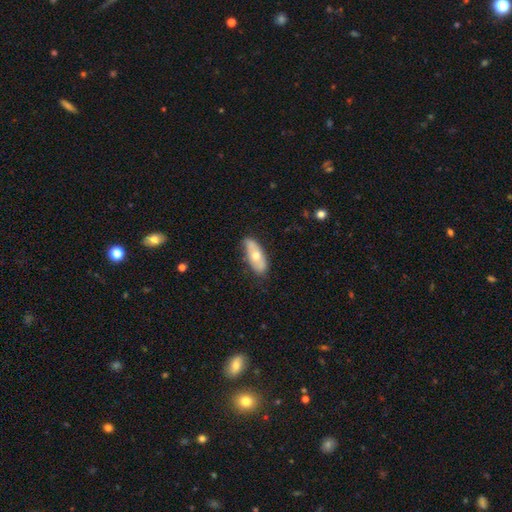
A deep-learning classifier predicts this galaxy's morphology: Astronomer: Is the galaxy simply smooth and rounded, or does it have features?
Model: smooth — 55% (runner-up: featured or disk, 39%).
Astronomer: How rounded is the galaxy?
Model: in between — 78%.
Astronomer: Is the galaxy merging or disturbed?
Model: none — 74%.